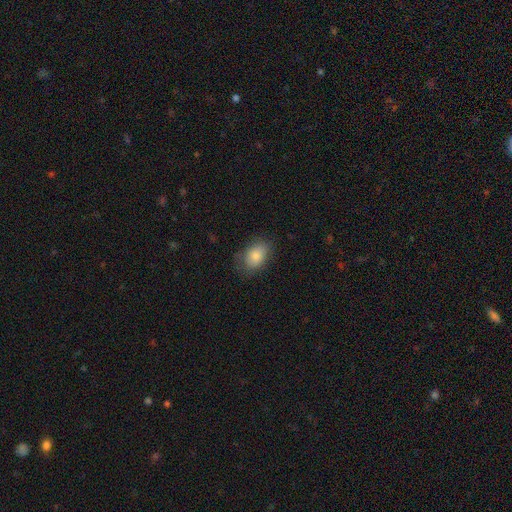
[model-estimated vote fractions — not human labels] Smooth or featured? smooth (83%)
How rounded? in between (83%)
Merging? none (70%)